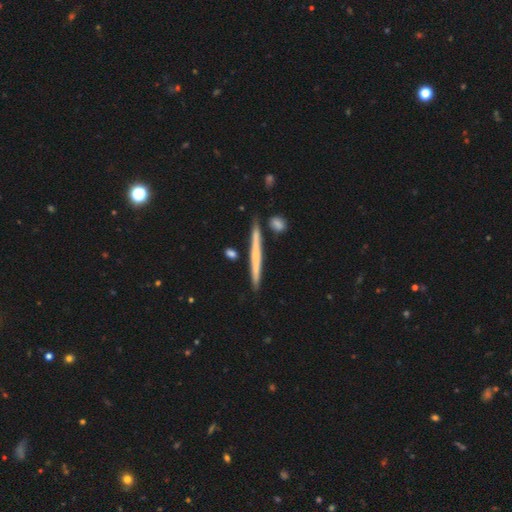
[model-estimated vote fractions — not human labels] Smooth or featured? smooth (48%)
Merging? none (85%)